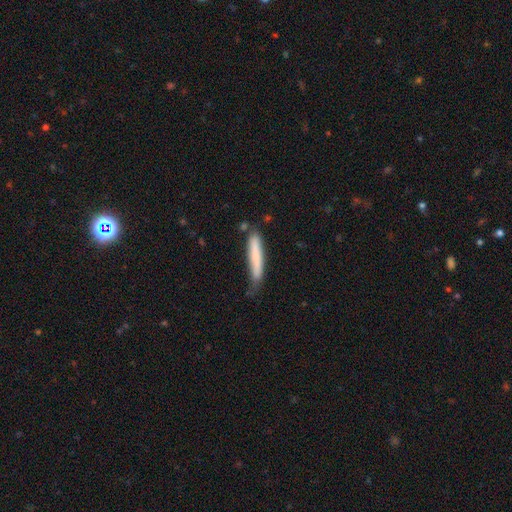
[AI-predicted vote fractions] Morphology: type=smooth (74%); roundness=cigar-shaped (93%); merging=none (55%).